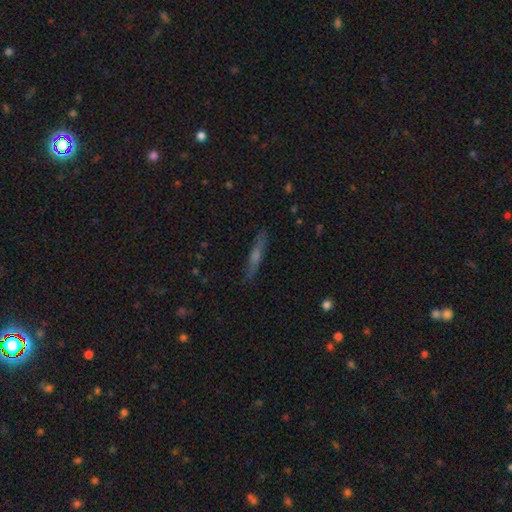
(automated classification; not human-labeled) Smooth or featured? Predicted: featured or disk (p=0.56). Edge-on disk? Predicted: yes (p=0.92). Edge-on bulge? Predicted: rounded (p=0.70). Merging? Predicted: none (p=0.87).